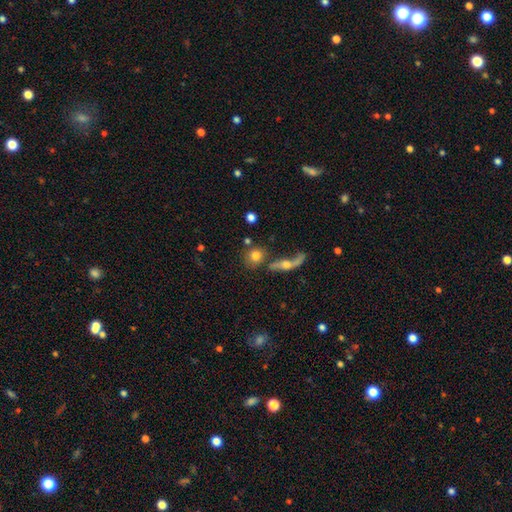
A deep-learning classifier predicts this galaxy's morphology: Overall: smooth (74%). How rounded: round (74%). Merging: none (55%; merger 25%).